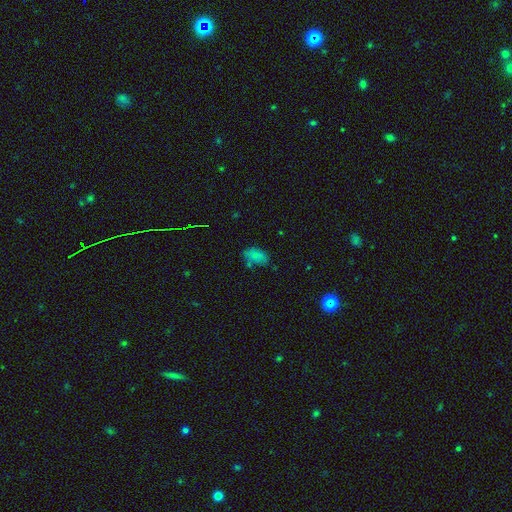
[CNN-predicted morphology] The model was most divided on "merging": none: 57%, minor disturbance: 24%, merger: 10%, major disturbance: 9%. More confident: how rounded — in between (91%); smooth or featured — smooth (77%).